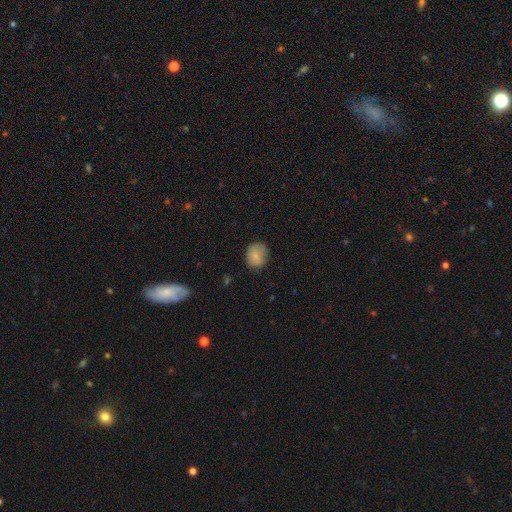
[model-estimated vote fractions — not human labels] smooth_or_featured: smooth (p=0.84) [alt: star or artifact p=0.08]
how_rounded: round (p=0.71) [alt: in between p=0.28]
merging: none (p=0.77) [alt: minor disturbance p=0.18]